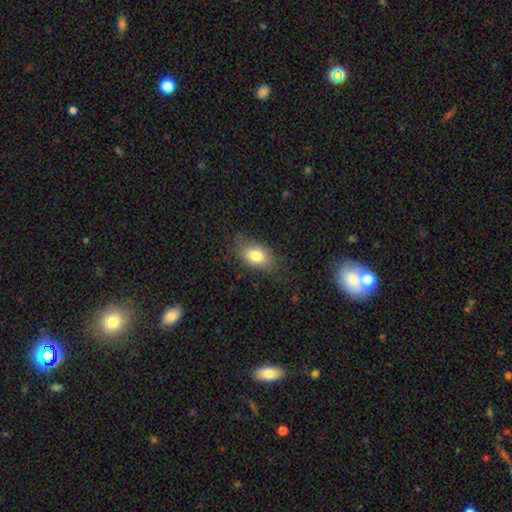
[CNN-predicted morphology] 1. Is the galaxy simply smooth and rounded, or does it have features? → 78% smooth, 12% featured or disk, 10% star or artifact.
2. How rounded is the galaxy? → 82% in between, 15% round, 3% cigar-shaped.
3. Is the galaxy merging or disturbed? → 75% none, 18% minor disturbance, 6% major disturbance, 1% merger.